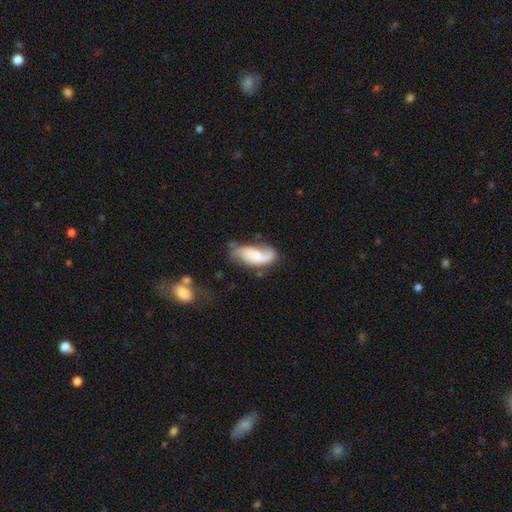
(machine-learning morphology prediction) Smooth or featured: featured or disk — 53% (smooth — 40%)
Edge-on disk: no — 93% (yes — 7%)
Merging: none — 42% (minor disturbance — 31%)